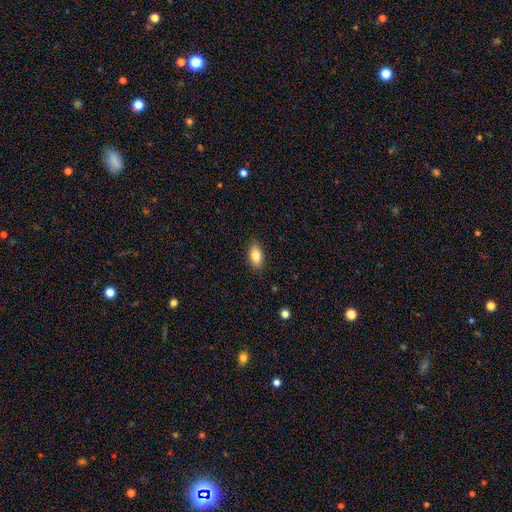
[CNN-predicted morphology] A smooth galaxy with no disk features (83%) that is in between round and cigar-shaped (90%). Merging: none (87%).